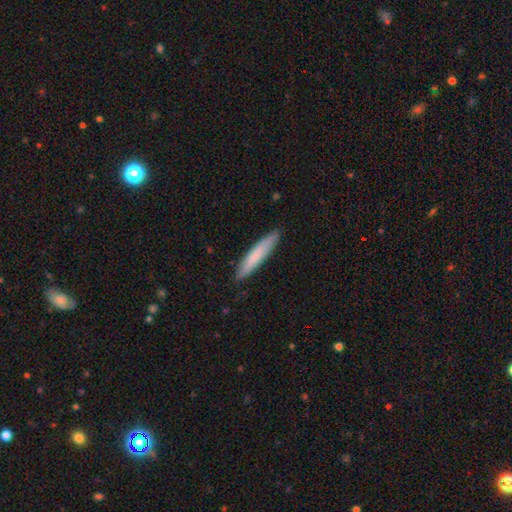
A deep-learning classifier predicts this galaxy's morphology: Smooth or featured? Predicted: smooth (p=0.77). How rounded? Predicted: cigar-shaped (p=0.91). Merging? Predicted: none (p=0.88).